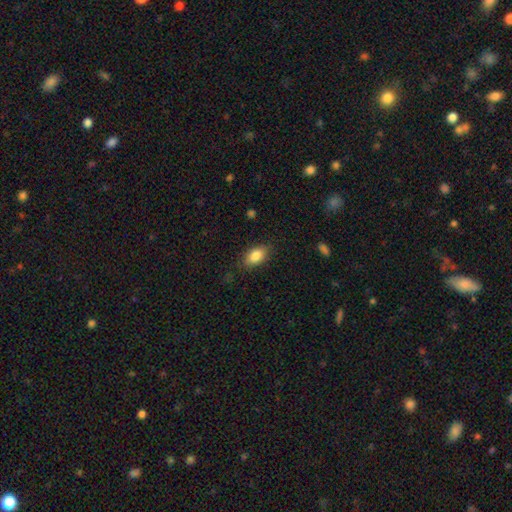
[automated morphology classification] Smooth or featured?
  - smooth: 84% *
  - featured or disk: 8%
  - star or artifact: 7%
How rounded?
  - in between: 90% *
  - round: 7%
  - cigar-shaped: 3%
Merging?
  - none: 82% *
  - minor disturbance: 13%
  - major disturbance: 3%
  - merger: 1%